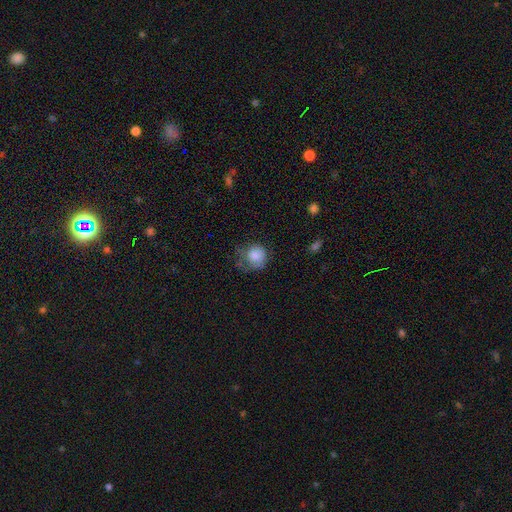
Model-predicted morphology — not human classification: smooth_or_featured: smooth (p=0.81) [alt: featured or disk p=0.10]
how_rounded: round (p=0.82) [alt: in between p=0.17]
merging: none (p=0.44) [alt: minor disturbance p=0.32]